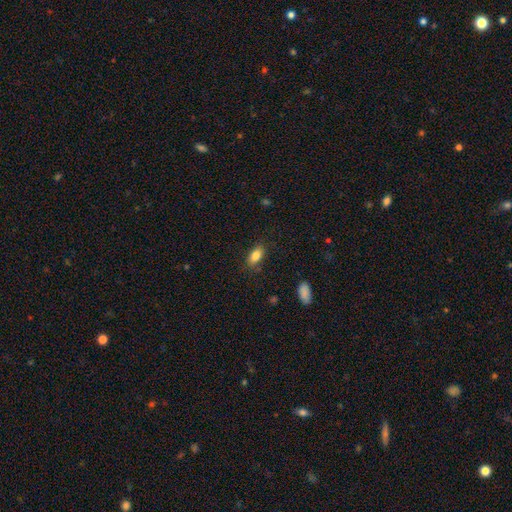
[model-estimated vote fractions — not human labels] A smooth galaxy with no disk features (84%) that is in between round and cigar-shaped (88%). Merging: none (81%).